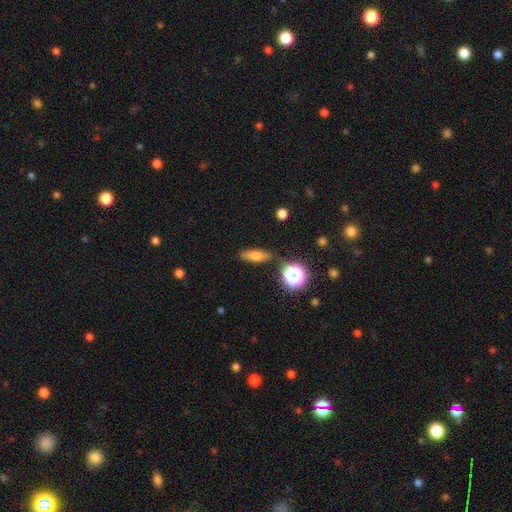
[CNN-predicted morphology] A smooth galaxy with no disk features (71%) that is in between round and cigar-shaped (49%).

Vote fractions:
- Smooth or featured? smooth: 71% / featured or disk: 16% / star or artifact: 13%
- How rounded? in between: 49% / cigar-shaped: 40% / round: 11%
- Merging? none: 79% / minor disturbance: 14% / merger: 4% / major disturbance: 4%